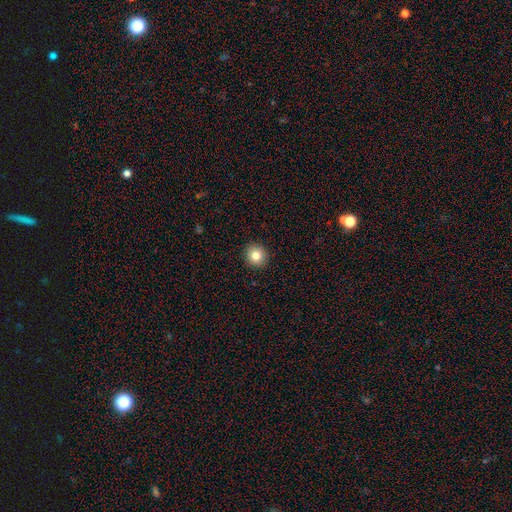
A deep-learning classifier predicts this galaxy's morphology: type=smooth (81%); roundness=round (91%); merging=none (93%).